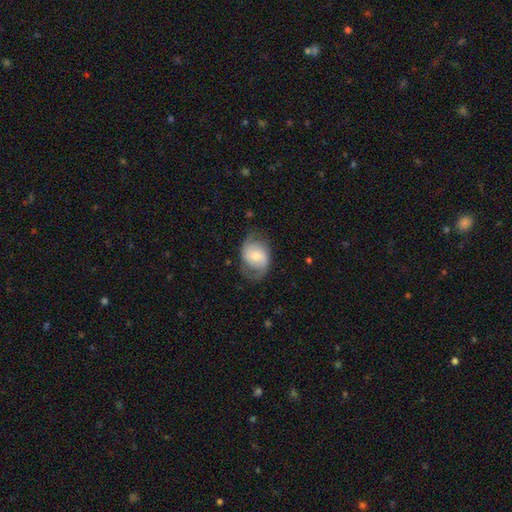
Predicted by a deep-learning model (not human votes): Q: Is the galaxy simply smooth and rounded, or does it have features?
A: featured or disk — 58%.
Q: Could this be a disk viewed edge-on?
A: no — 96%.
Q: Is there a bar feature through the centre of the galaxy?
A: no — 54%.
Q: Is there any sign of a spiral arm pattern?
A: yes — 83%.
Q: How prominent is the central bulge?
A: moderate — 55%.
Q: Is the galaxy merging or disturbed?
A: none — 62%.